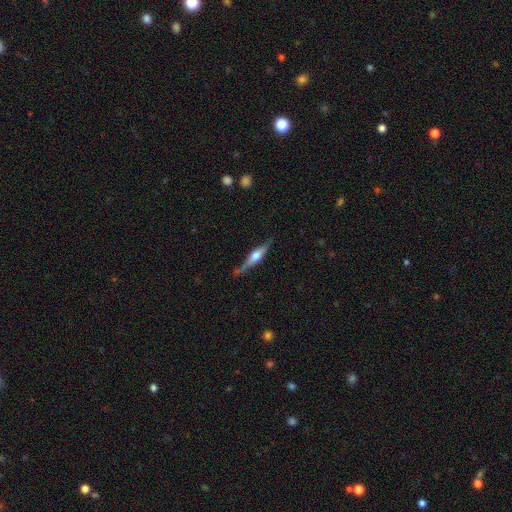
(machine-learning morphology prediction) Smooth or featured: featured or disk — 72% (smooth — 22%)
Edge-on disk: yes — 96% (no — 4%)
Edge-on bulge: rounded — 89% (boxy — 8%)
Merging: none — 74% (minor disturbance — 18%)